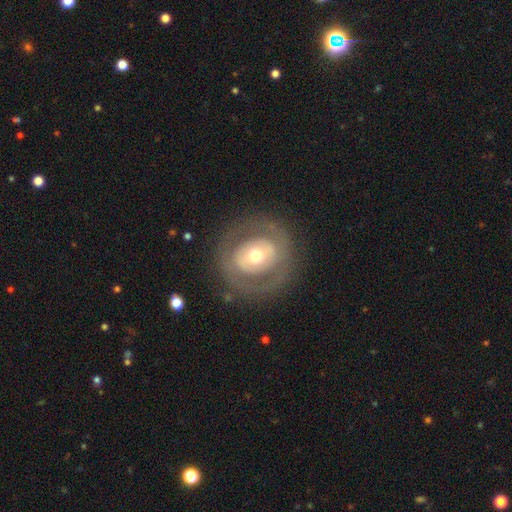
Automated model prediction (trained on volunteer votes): smooth_or_featured: featured or disk (p=0.57) [alt: smooth p=0.37]
disk_edge_on: no (p=0.95) [alt: yes p=0.05]
bar: no (p=0.64) [alt: weak p=0.22]
has_spiral_arms: no (p=0.81) [alt: yes p=0.19]
bulge_size: moderate (p=0.66) [alt: small p=0.21]
merging: none (p=0.80) [alt: minor disturbance p=0.11]